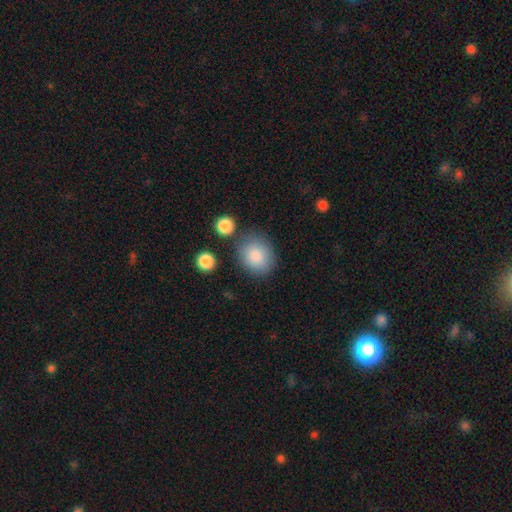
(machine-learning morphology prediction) Smooth or featured: smooth — 87% (star or artifact — 7%)
How rounded: round — 65% (in between — 34%)
Merging: none — 75% (minor disturbance — 14%)